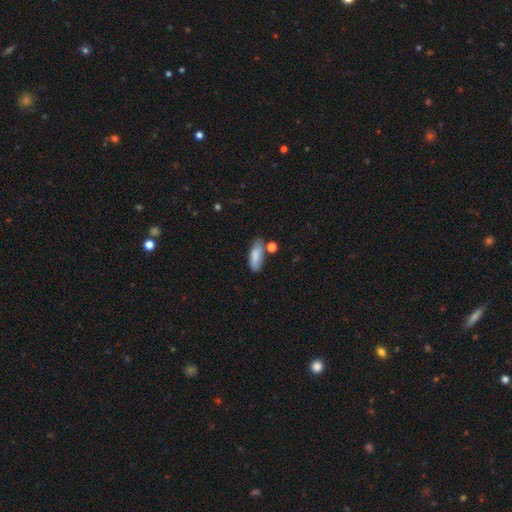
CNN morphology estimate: Smooth or featured? Predicted: smooth (p=0.82). How rounded? Predicted: in between (p=0.73). Merging? Predicted: none (p=0.58).